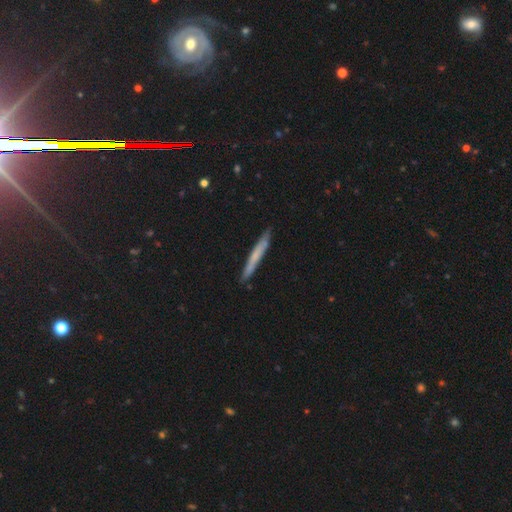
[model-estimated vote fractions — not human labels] Morphology: type=smooth (58%); roundness=cigar-shaped (96%); merging=none (86%).